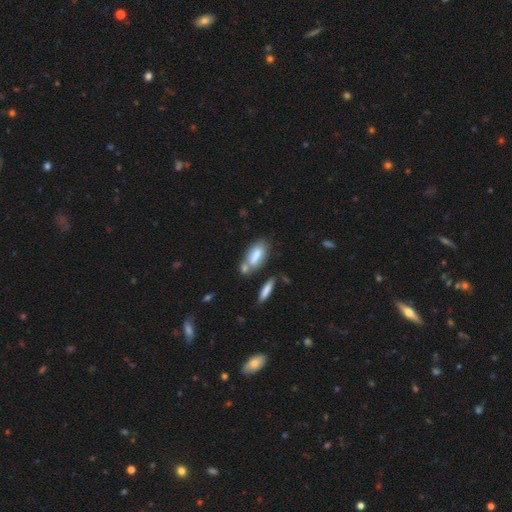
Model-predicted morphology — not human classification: Smooth or featured: smooth — 77% (featured or disk — 16%)
How rounded: in between — 76% (cigar-shaped — 21%)
Merging: none — 46% (merger — 33%)